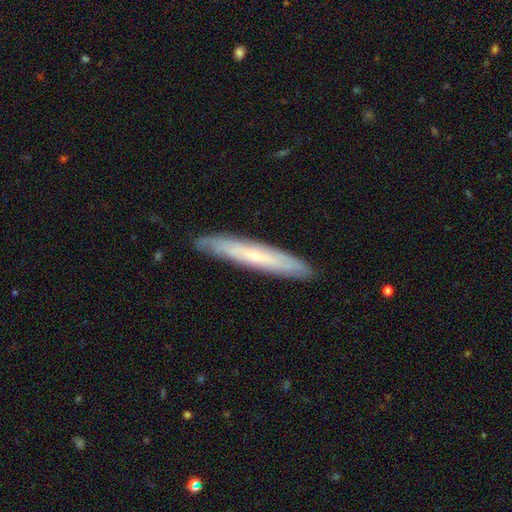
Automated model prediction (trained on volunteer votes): featured or disk 56%, smooth 37%, star or artifact 6%. Down the decision tree: edge-on disk — yes (72%); merging — none (86%).